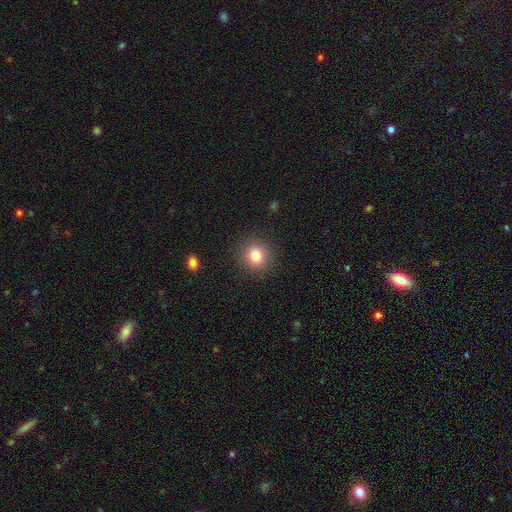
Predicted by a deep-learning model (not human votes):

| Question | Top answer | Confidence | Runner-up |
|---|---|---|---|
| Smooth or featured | smooth | 81% | star or artifact (11%) |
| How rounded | round | 88% | in between (11%) |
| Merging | none | 89% | minor disturbance (7%) |